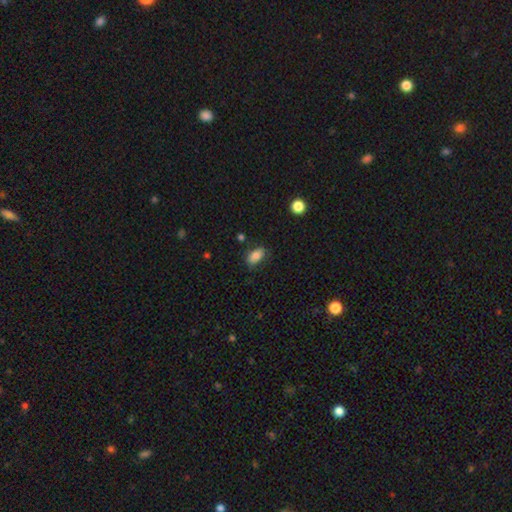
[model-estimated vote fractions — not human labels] smooth-or-featured: smooth: 83% | star or artifact: 8% | featured or disk: 8%
  how-rounded: in between: 90% | round: 7% | cigar-shaped: 3%
  merging: none: 76% | minor disturbance: 18% | major disturbance: 4% | merger: 3%